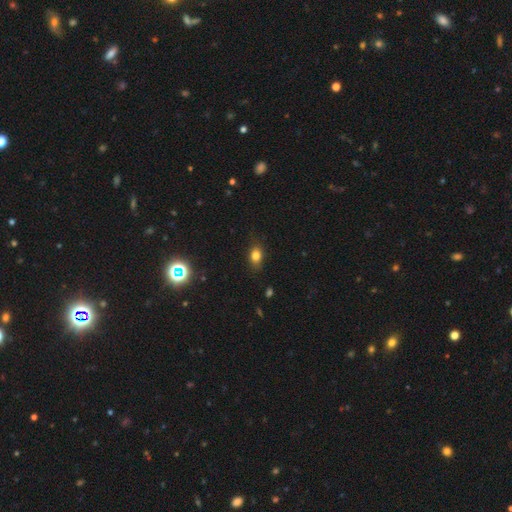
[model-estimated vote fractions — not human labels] Smooth or featured?
  - smooth: 80% *
  - star or artifact: 12%
  - featured or disk: 8%
How rounded?
  - in between: 73% *
  - round: 24%
  - cigar-shaped: 3%
Merging?
  - none: 82% *
  - minor disturbance: 14%
  - major disturbance: 3%
  - merger: 1%